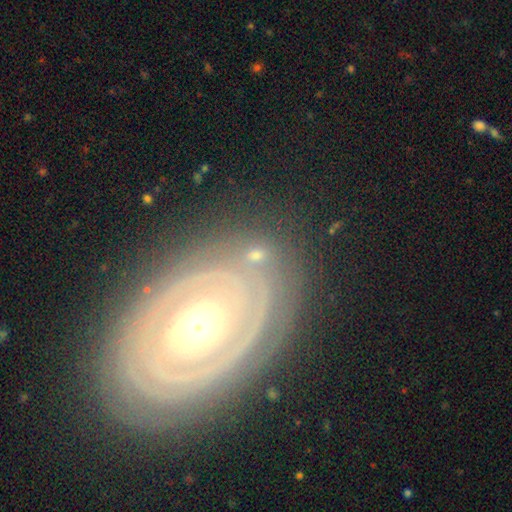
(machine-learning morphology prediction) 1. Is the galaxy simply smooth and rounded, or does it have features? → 35% smooth, 33% featured or disk, 32% star or artifact.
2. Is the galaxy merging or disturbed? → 64% none, 15% minor disturbance, 11% merger, 10% major disturbance.